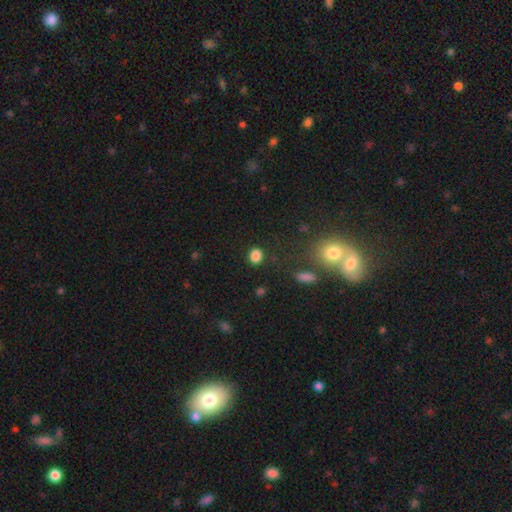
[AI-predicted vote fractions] The model was most divided on "how rounded": round: 54%, in between: 44%, cigar-shaped: 1%. More confident: merging — none (85%); smooth or featured — smooth (85%).